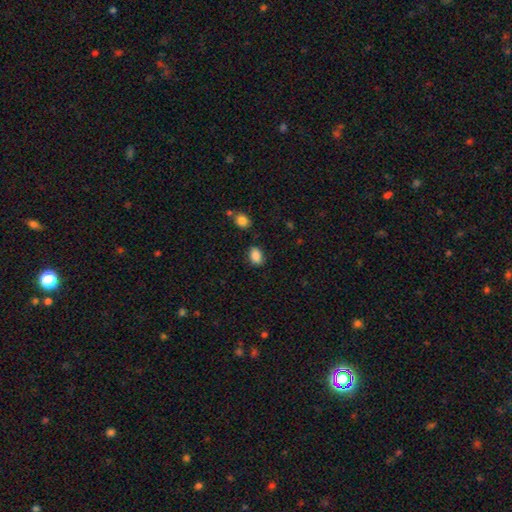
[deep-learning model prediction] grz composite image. It shows a smooth galaxy with no disk features (87%) that is in between round and cigar-shaped (80%). Merging: none (79%).